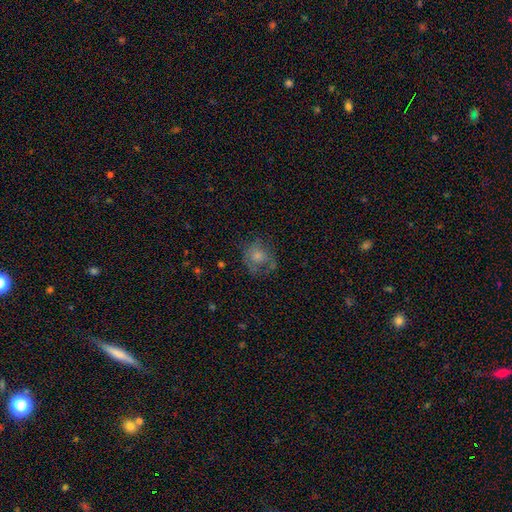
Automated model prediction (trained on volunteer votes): smooth-or-featured: smooth: 58% | featured or disk: 30% | star or artifact: 12%
  how-rounded: round: 73% | in between: 26% | cigar-shaped: 1%
  merging: none: 53% | minor disturbance: 24% | major disturbance: 20% | merger: 3%